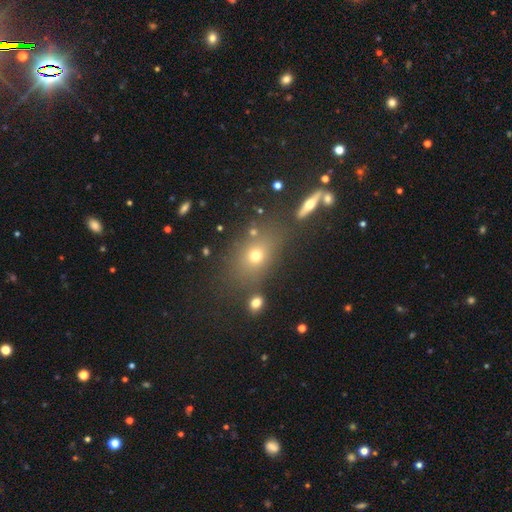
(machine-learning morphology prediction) smooth 65%, star or artifact 19%, featured or disk 16%. Down the decision tree: how rounded — in between (57%); merging — none (73%).